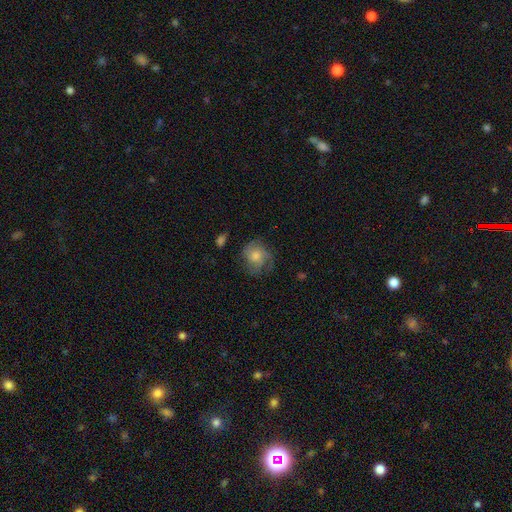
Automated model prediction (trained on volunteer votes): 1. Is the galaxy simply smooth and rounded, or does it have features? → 55% featured or disk, 35% smooth, 10% star or artifact.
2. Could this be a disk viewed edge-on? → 97% no, 3% yes.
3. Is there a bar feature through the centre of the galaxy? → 78% no, 20% weak, 3% strong.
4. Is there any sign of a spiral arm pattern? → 86% yes, 14% no.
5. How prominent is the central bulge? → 57% moderate, 19% small, 17% large, 5% none, 2% dominant.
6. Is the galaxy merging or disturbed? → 67% none, 19% minor disturbance, 12% major disturbance, 2% merger.